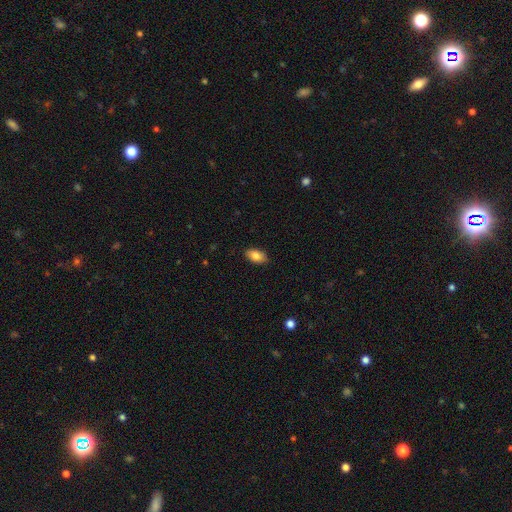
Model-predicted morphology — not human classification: This is clearly a smooth galaxy (84%). How rounded: clearly in between (92%). Merging: clearly none (87%).